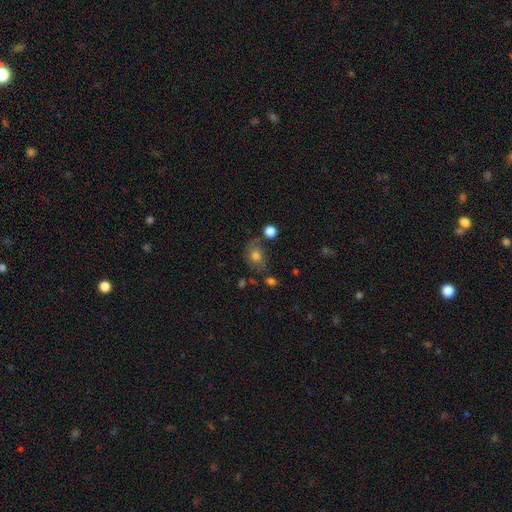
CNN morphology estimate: Overall: smooth (73%). How rounded: in between (54%; round 45%). Merging: none (64%).